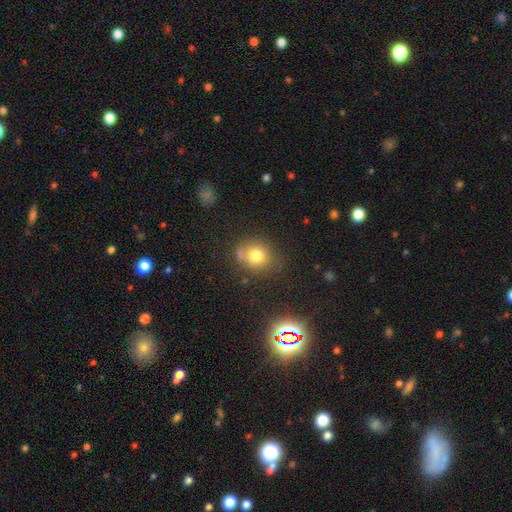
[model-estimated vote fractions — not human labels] Smooth or featured? smooth (76%)
How rounded? round (73%)
Merging? none (66%)